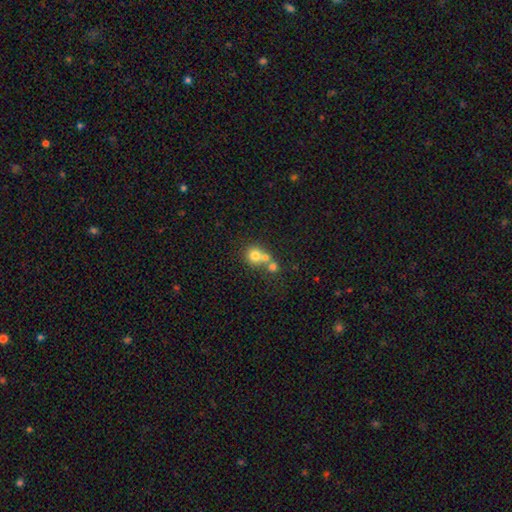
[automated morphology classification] Overall: smooth (72%). How rounded: round (86%). Merging: merger (52%; none 38%).